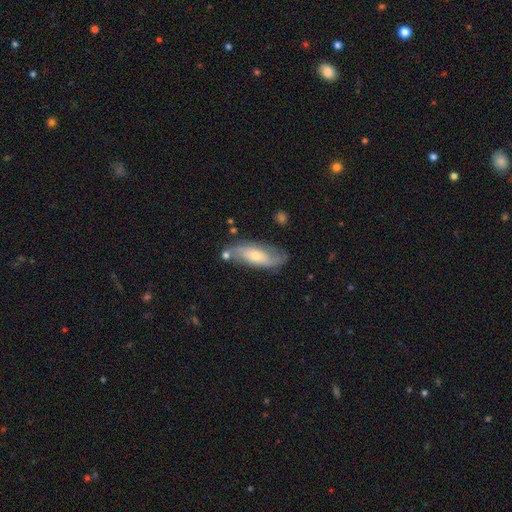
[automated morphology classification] A featured or disk galaxy (58%).

Vote fractions:
- Smooth or featured? featured or disk: 58% / smooth: 35% / star or artifact: 6%
- Edge-on disk? no: 82% / yes: 18%
- Merging? none: 65% / minor disturbance: 21% / major disturbance: 7% / merger: 6%